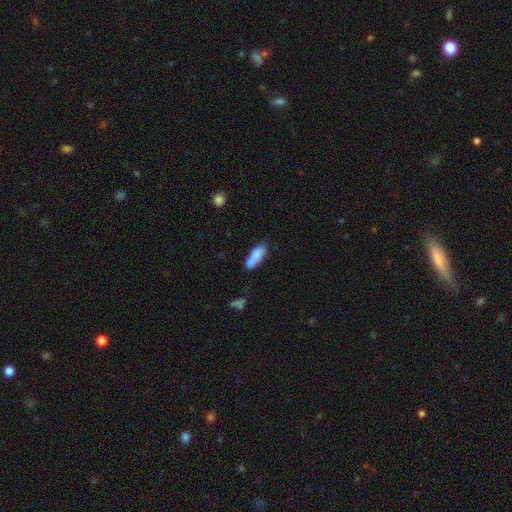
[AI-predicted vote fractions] A smooth galaxy with no disk features (83%) that is in between round and cigar-shaped (65%). Merging: none (64%).